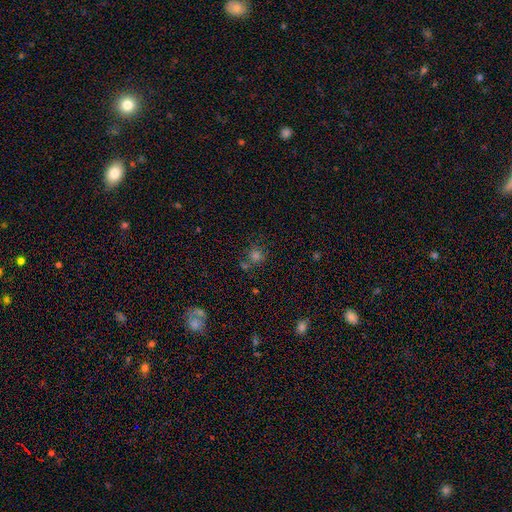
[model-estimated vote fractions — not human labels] A smooth galaxy with no disk features (63%) that is round (88%). Merging: none (69%).